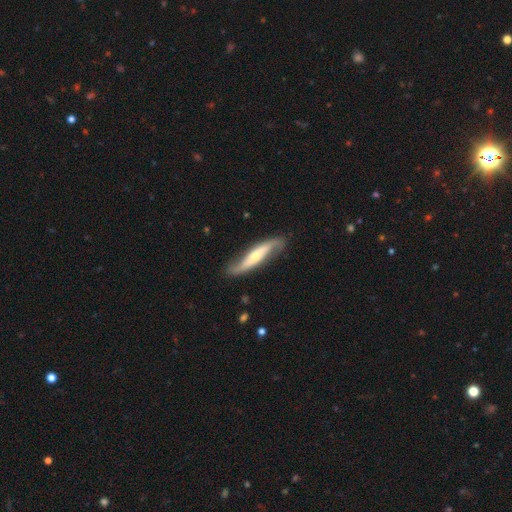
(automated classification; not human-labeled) featured or disk 72%, smooth 24%, star or artifact 5%. Down the decision tree: edge-on disk — no (66%); merging — none (74%).